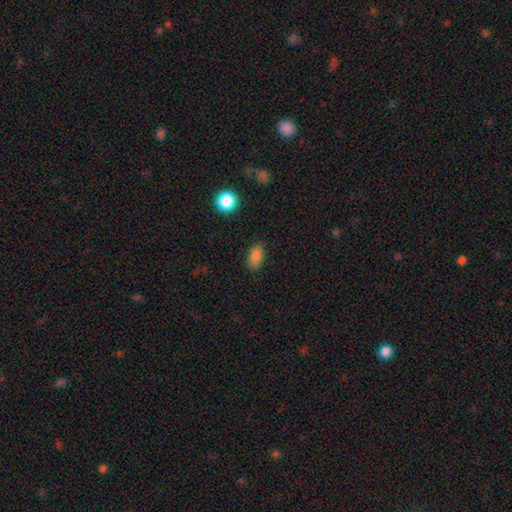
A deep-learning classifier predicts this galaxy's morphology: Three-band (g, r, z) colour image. It shows a smooth galaxy with no disk features (86%) that is in between round and cigar-shaped (89%). Merging: none (83%).